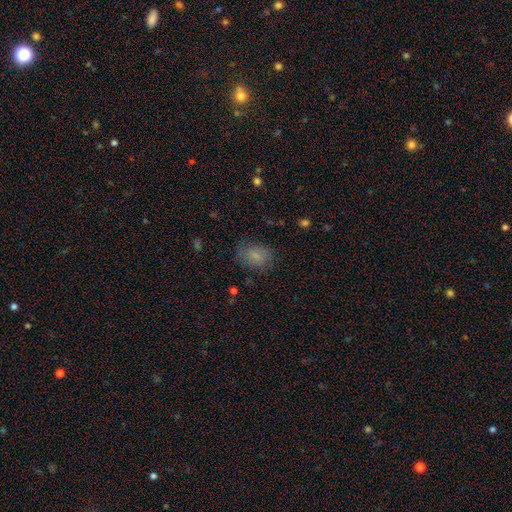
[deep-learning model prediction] Q: Smooth or featured?
A: smooth (78%); runner-up: featured or disk (12%)
Q: How rounded?
A: in between (63%); runner-up: round (36%)
Q: Merging?
A: none (74%); runner-up: minor disturbance (18%)